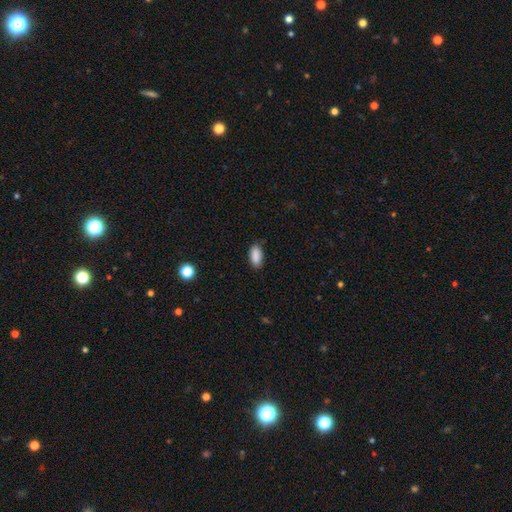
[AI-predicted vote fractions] smooth_or_featured: smooth (p=0.89) [alt: star or artifact p=0.08]
how_rounded: in between (p=0.90) [alt: cigar-shaped p=0.07]
merging: none (p=0.83) [alt: minor disturbance p=0.13]